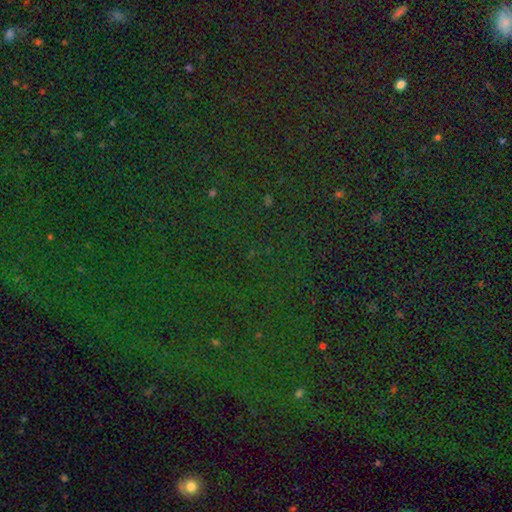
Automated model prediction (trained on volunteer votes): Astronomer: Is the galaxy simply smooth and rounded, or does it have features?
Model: star or artifact — 81%.